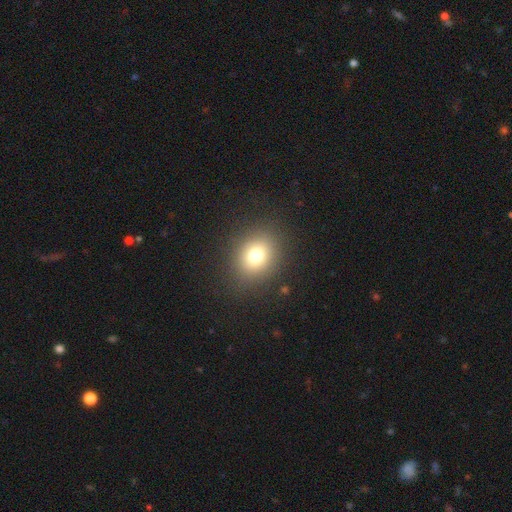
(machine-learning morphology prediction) The model was most divided on "how rounded": round: 60%, in between: 39%, cigar-shaped: 1%. More confident: merging — none (87%); smooth or featured — smooth (76%).